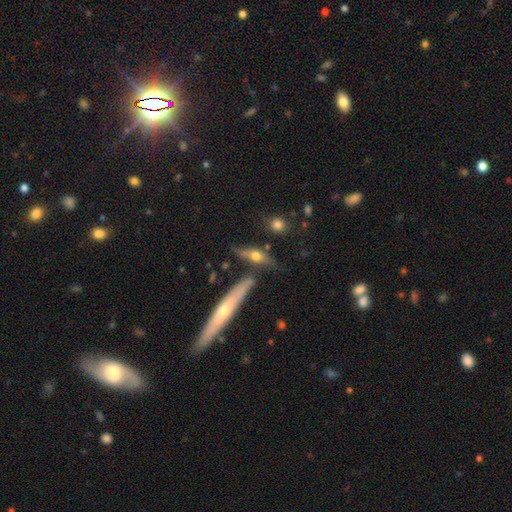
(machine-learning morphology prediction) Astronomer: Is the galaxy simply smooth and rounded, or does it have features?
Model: featured or disk — 51% (runner-up: smooth, 39%).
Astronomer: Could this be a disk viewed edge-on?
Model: yes — 84%.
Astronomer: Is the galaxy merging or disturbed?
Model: none — 63%.